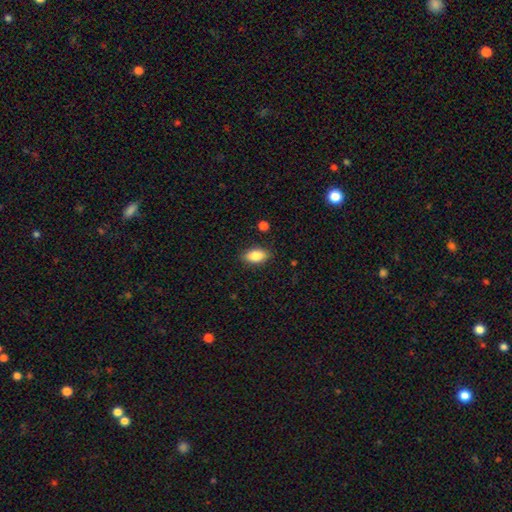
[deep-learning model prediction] The model was most divided on "merging": none: 86%, minor disturbance: 10%, major disturbance: 2%, merger: 1%. More confident: how rounded — in between (90%); smooth or featured — smooth (84%).